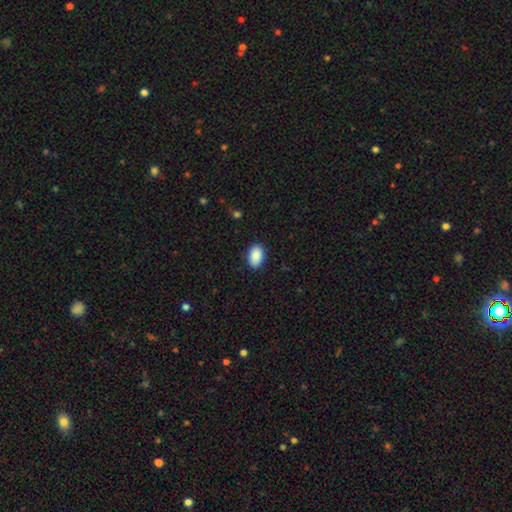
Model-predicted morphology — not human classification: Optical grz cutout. It shows a smooth galaxy with no disk features (90%) that is in between round and cigar-shaped (91%). Merging: none (88%).